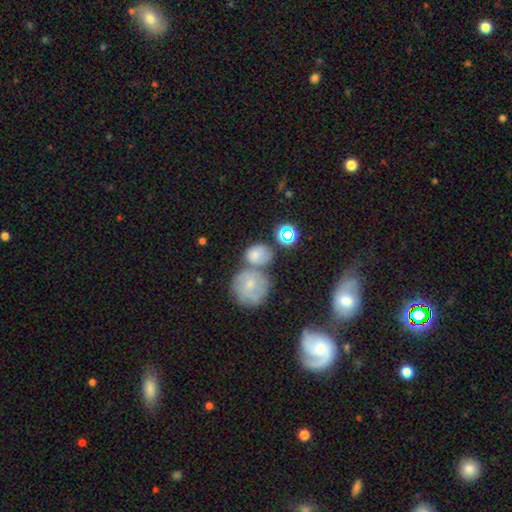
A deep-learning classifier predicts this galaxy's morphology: Q: Smooth or featured?
A: smooth (56%); runner-up: featured or disk (30%)
Q: How rounded?
A: round (66%); runner-up: in between (33%)
Q: Merging?
A: none (45%); runner-up: merger (37%)